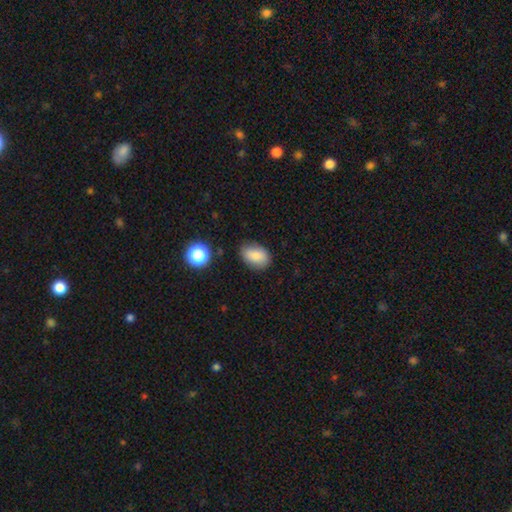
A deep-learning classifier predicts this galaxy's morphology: Q: Smooth or featured?
A: smooth (82%); runner-up: star or artifact (9%)
Q: How rounded?
A: in between (83%); runner-up: round (15%)
Q: Merging?
A: none (78%); runner-up: minor disturbance (16%)